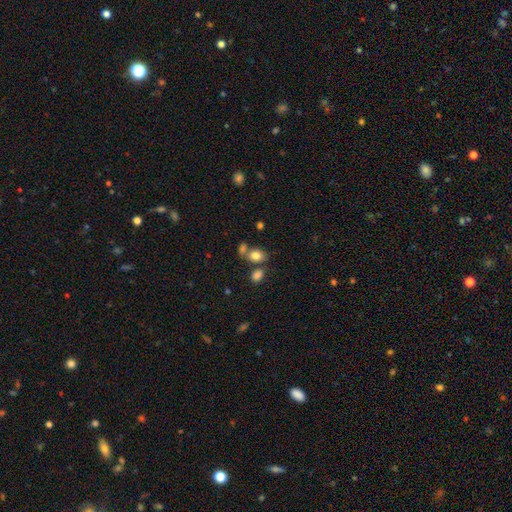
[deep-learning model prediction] This is clearly a smooth galaxy (80%). How rounded: likely in between (72%). Merging: possibly none (55%).